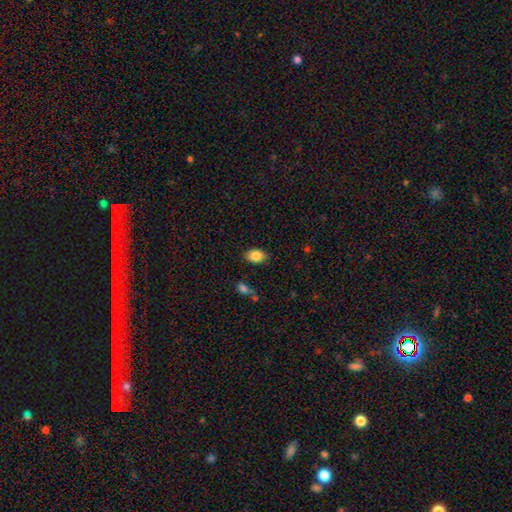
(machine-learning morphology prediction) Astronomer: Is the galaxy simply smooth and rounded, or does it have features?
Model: smooth — 85%.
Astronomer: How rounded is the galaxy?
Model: in between — 78%.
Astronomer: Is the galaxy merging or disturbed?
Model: none — 81%.